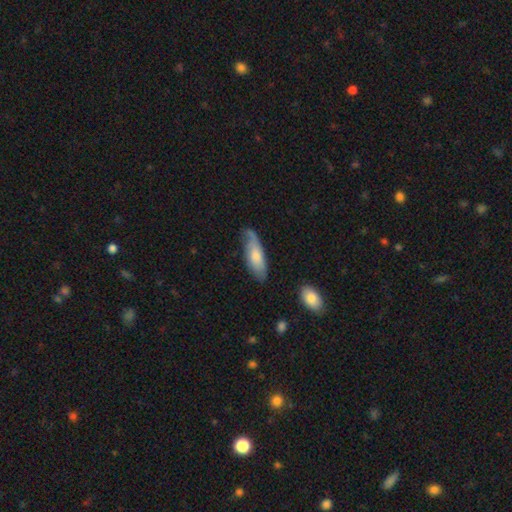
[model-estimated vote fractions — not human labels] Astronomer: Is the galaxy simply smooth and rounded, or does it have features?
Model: smooth — 60%.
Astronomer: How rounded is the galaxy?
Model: in between — 65%.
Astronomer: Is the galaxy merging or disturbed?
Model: none — 60%.